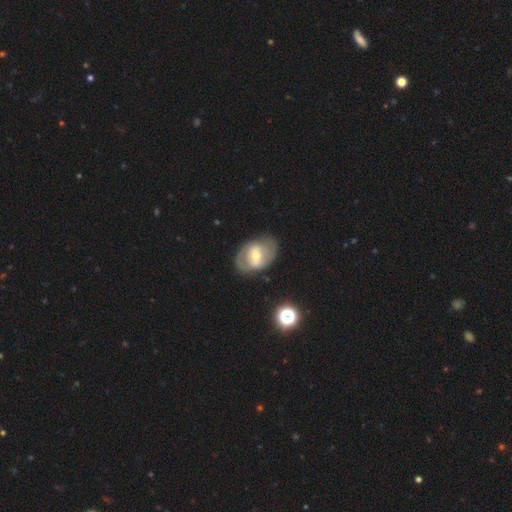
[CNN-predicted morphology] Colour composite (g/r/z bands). It shows a featured or disk galaxy (65%) with a weak bar (41%), spiral arms (57%) and a moderate central bulge (57%). Merging: none (73%).